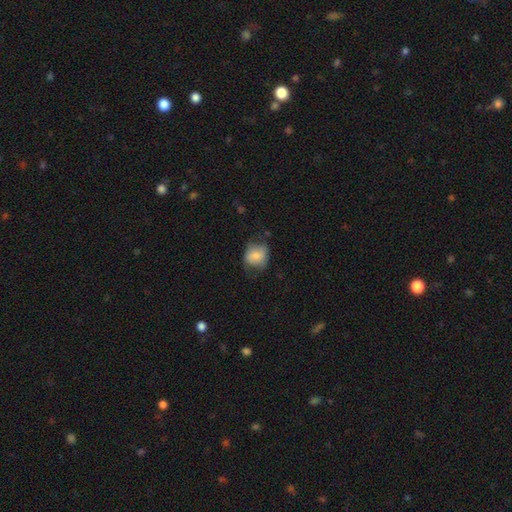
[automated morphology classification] A smooth galaxy with no disk features (73%) that is round (65%).

Vote fractions:
- Smooth or featured? smooth: 73% / featured or disk: 19% / star or artifact: 8%
- How rounded? round: 65% / in between: 34% / cigar-shaped: 1%
- Merging? none: 56% / minor disturbance: 30% / major disturbance: 13% / merger: 2%